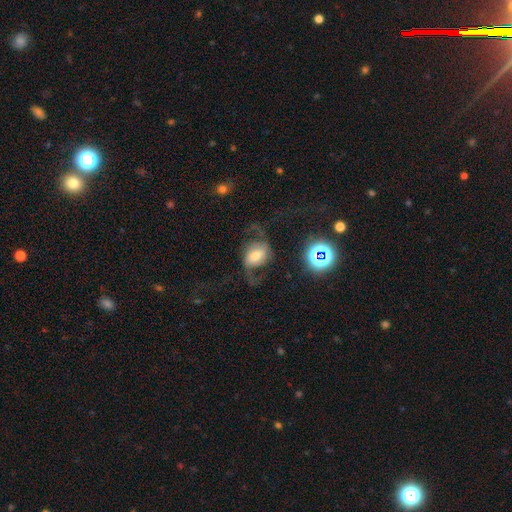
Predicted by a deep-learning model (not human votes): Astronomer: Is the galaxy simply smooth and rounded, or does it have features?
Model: featured or disk — 61%.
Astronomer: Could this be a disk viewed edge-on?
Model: no — 96%.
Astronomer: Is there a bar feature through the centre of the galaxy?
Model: no — 38% (runner-up: weak, 35%).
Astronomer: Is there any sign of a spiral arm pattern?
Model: yes — 87%.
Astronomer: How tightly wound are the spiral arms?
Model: loose — 72%.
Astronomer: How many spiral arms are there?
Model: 2 — 89%.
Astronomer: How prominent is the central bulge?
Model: moderate — 50%.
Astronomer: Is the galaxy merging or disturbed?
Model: none — 55%.